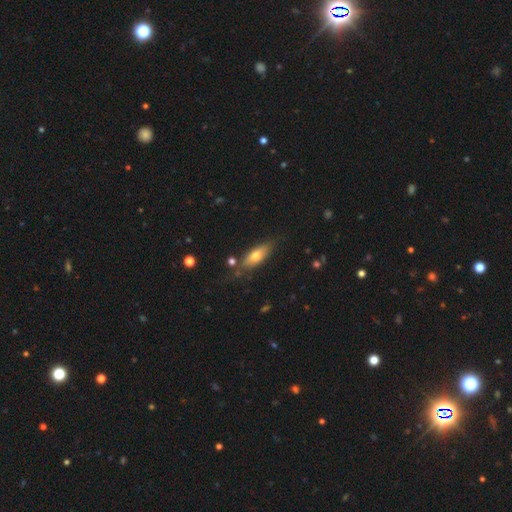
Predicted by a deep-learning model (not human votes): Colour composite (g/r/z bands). It shows a smooth galaxy with no disk features (66%) that is in between round and cigar-shaped (64%). Merging: none (72%).